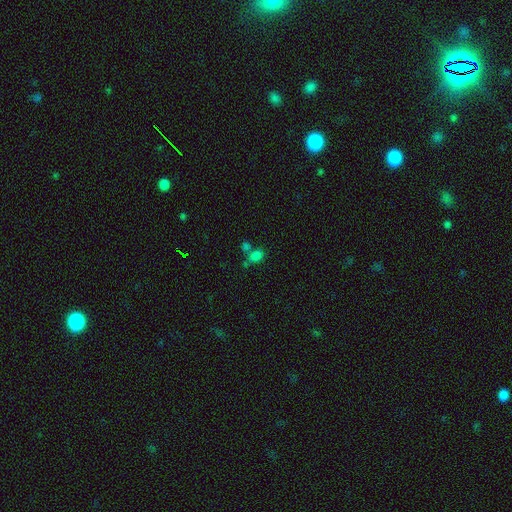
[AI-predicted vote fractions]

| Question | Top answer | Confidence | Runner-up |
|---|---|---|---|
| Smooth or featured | smooth | 76% | star or artifact (17%) |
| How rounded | in between | 73% | round (25%) |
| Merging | none | 49% | merger (33%) |